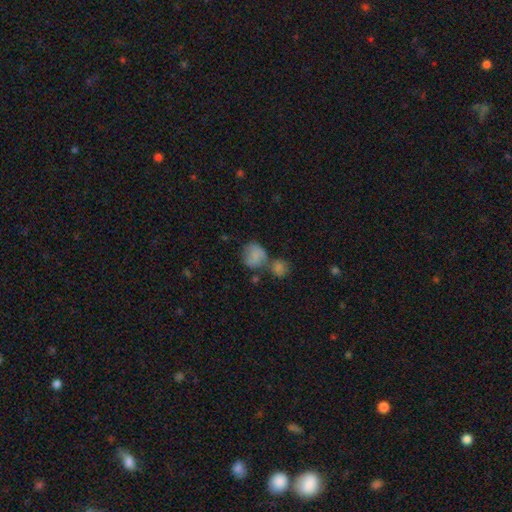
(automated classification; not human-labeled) This is likely a smooth galaxy (78%). How rounded: likely round (66%). Merging: possibly merger (45%).